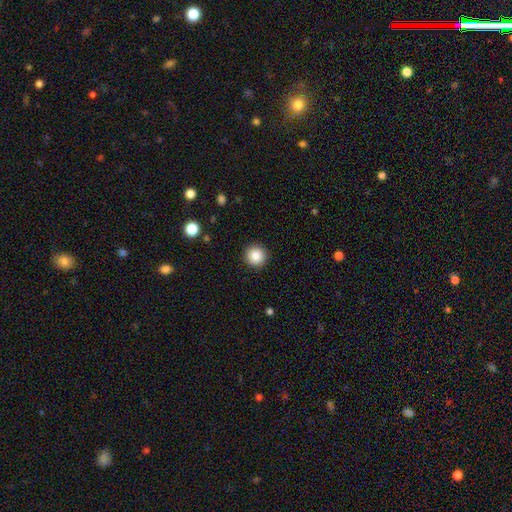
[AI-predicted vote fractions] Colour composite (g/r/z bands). It shows a smooth galaxy with no disk features (87%) that is round (96%). Merging: none (92%).